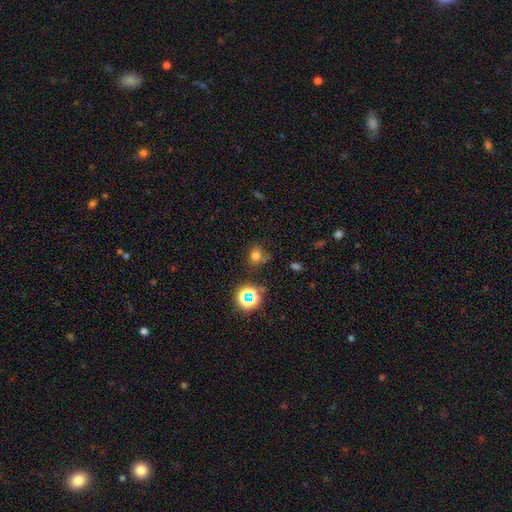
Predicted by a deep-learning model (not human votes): smooth 66%, star or artifact 25%, featured or disk 9%. Down the decision tree: how rounded — round (77%); merging — none (68%).